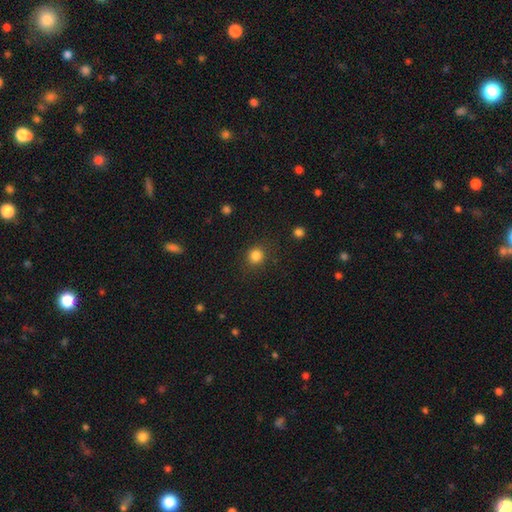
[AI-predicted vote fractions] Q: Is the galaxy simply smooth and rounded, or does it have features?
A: smooth — 84%.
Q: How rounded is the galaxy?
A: round — 87%.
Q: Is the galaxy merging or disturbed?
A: none — 85%.